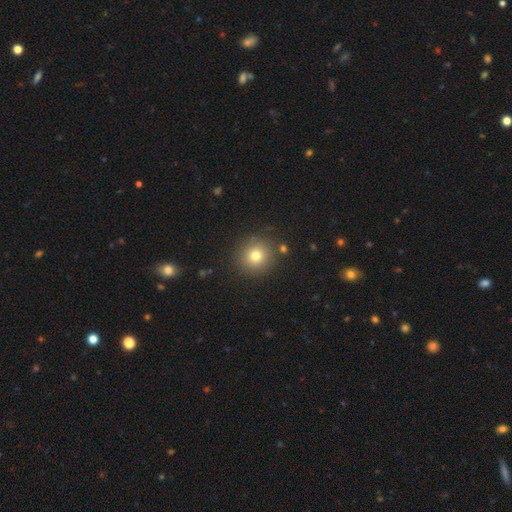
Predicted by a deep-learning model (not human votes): smooth-or-featured: smooth: 75% | star or artifact: 14% | featured or disk: 10%
  how-rounded: round: 93% | in between: 6% | cigar-shaped: 1%
  merging: none: 87% | minor disturbance: 7% | major disturbance: 3% | merger: 3%